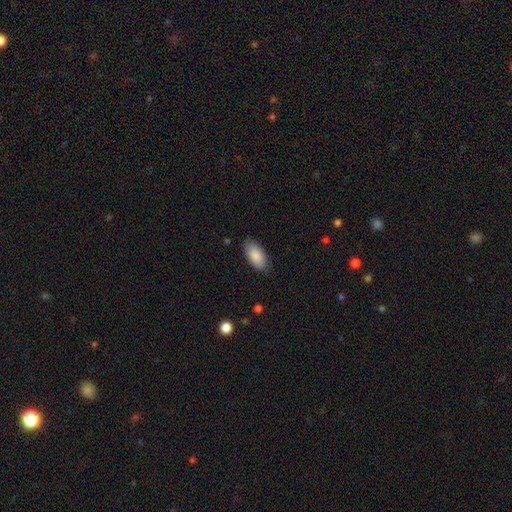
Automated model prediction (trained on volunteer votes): A smooth galaxy with no disk features (88%) that is in between round and cigar-shaped (94%). Merging: none (82%).